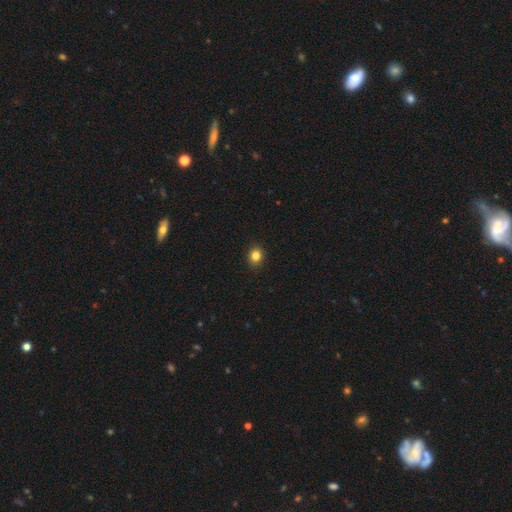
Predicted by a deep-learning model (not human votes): Q: Smooth or featured?
A: smooth (84%); runner-up: star or artifact (12%)
Q: How rounded?
A: round (65%); runner-up: in between (34%)
Q: Merging?
A: none (91%); runner-up: minor disturbance (6%)